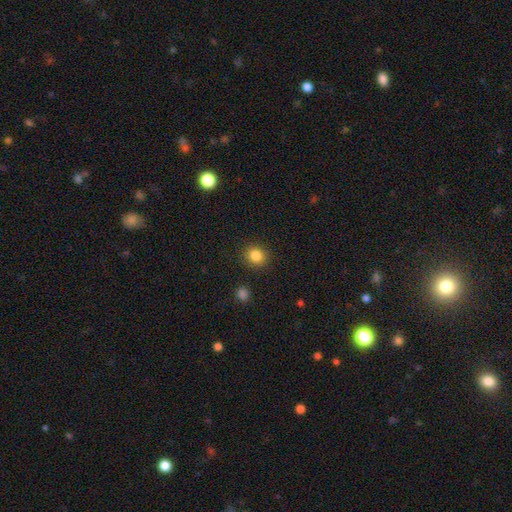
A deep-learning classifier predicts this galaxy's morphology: smooth-or-featured: smooth: 85% | star or artifact: 11% | featured or disk: 5%
  how-rounded: round: 81% | in between: 18% | cigar-shaped: 1%
  merging: none: 89% | minor disturbance: 7% | major disturbance: 2% | merger: 2%